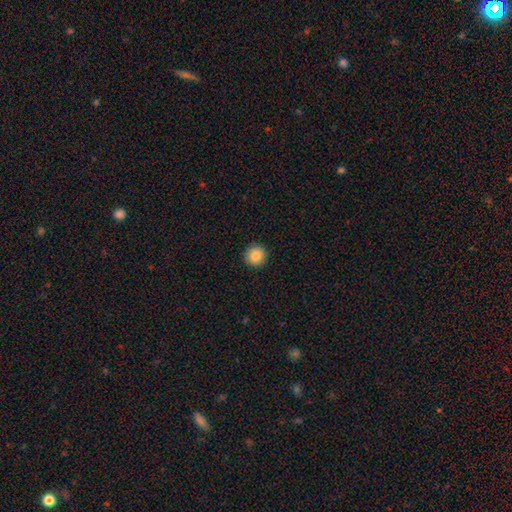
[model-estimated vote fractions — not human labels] smooth-or-featured: smooth: 87% | star or artifact: 9% | featured or disk: 5%
  how-rounded: round: 93% | in between: 6% | cigar-shaped: 1%
  merging: none: 92% | minor disturbance: 5% | major disturbance: 2% | merger: 1%